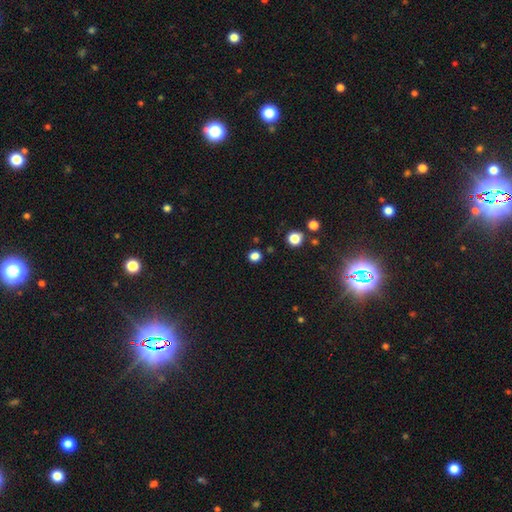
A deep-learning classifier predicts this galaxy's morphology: Q: Smooth or featured?
A: smooth (77%); runner-up: star or artifact (20%)
Q: How rounded?
A: round (80%); runner-up: in between (19%)
Q: Merging?
A: none (87%); runner-up: minor disturbance (7%)